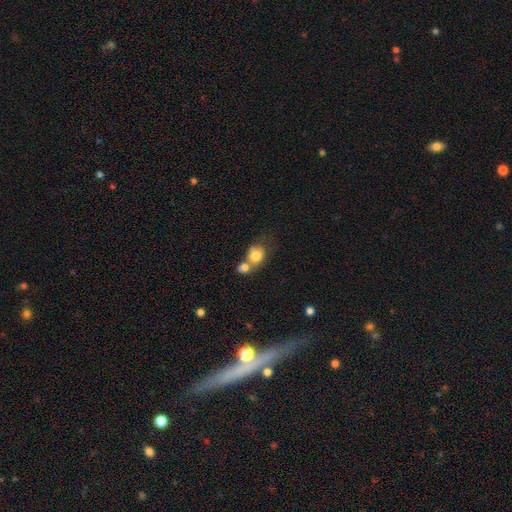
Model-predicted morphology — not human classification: Q: Smooth or featured?
A: smooth (79%); runner-up: featured or disk (12%)
Q: How rounded?
A: round (62%); runner-up: in between (37%)
Q: Merging?
A: merger (56%); runner-up: none (29%)